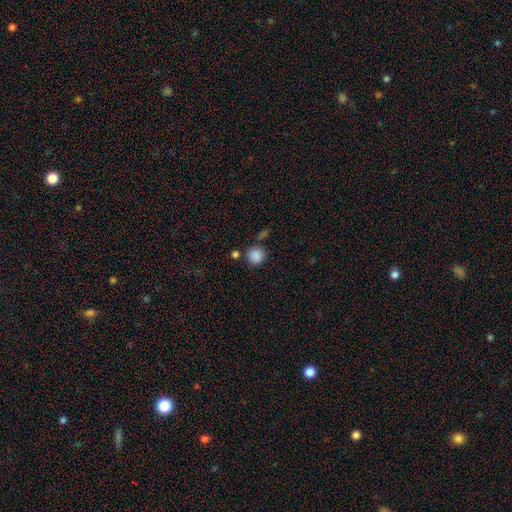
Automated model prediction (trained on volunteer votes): Smooth or featured?
  - smooth: 86% *
  - star or artifact: 10%
  - featured or disk: 4%
How rounded?
  - round: 91% *
  - in between: 8%
  - cigar-shaped: 1%
Merging?
  - none: 74% *
  - minor disturbance: 12%
  - merger: 10%
  - major disturbance: 4%